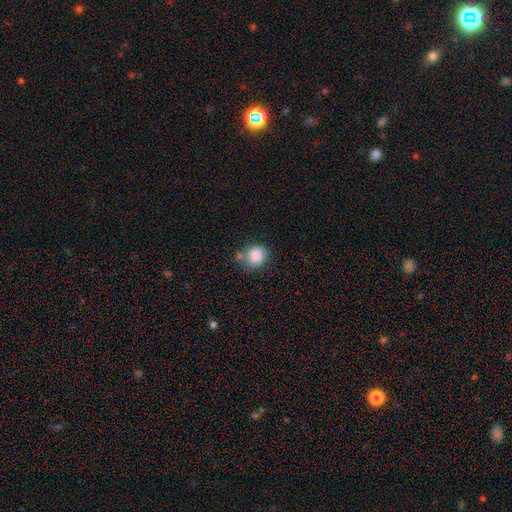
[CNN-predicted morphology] A smooth galaxy with no disk features (85%) that is round (83%).

Vote fractions:
- Smooth or featured? smooth: 85% / star or artifact: 9% / featured or disk: 6%
- How rounded? round: 83% / in between: 16% / cigar-shaped: 1%
- Merging? none: 65% / minor disturbance: 19% / merger: 11% / major disturbance: 5%